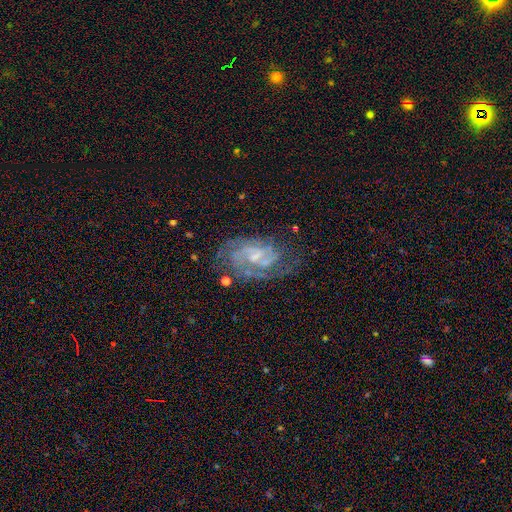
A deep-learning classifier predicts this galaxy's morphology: smooth_or_featured: featured or disk (p=0.83) [alt: star or artifact p=0.09]
disk_edge_on: no (p=0.97) [alt: yes p=0.03]
bar: weak (p=0.45) [alt: no p=0.44]
has_spiral_arms: yes (p=0.96) [alt: no p=0.04]
spiral_winding: tight (p=0.53) [alt: medium p=0.39]
spiral_arm_count: 2 (p=0.46) [alt: can't tell p=0.21]
bulge_size: small (p=0.57) [alt: moderate p=0.22]
merging: none (p=0.67) [alt: minor disturbance p=0.19]